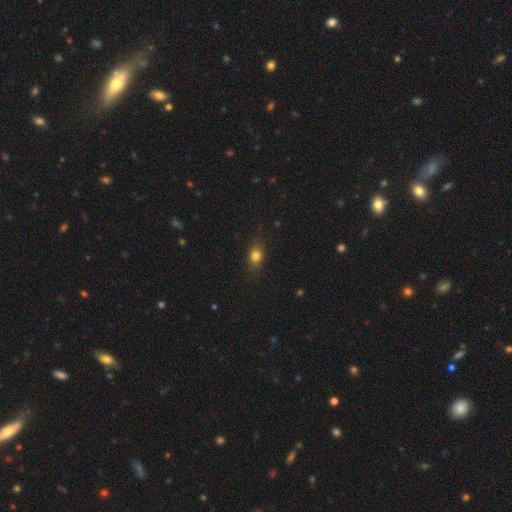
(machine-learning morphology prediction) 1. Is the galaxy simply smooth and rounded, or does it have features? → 80% smooth, 12% star or artifact, 8% featured or disk.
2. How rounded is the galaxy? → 64% in between, 33% round, 3% cigar-shaped.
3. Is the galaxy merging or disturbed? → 83% none, 13% minor disturbance, 3% major disturbance, 1% merger.